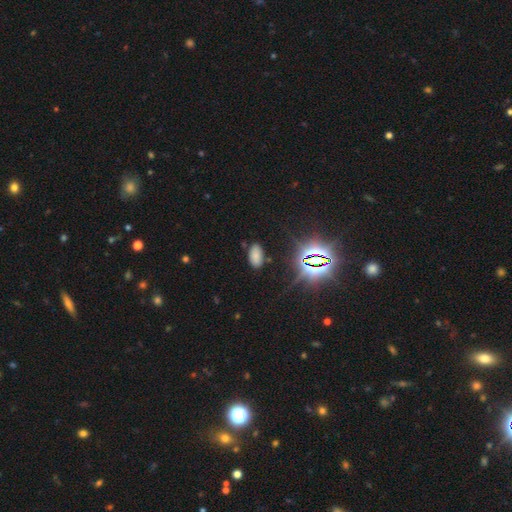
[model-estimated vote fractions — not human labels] A smooth galaxy with no disk features (67%) that is in between round and cigar-shaped (94%). Merging: none (84%).